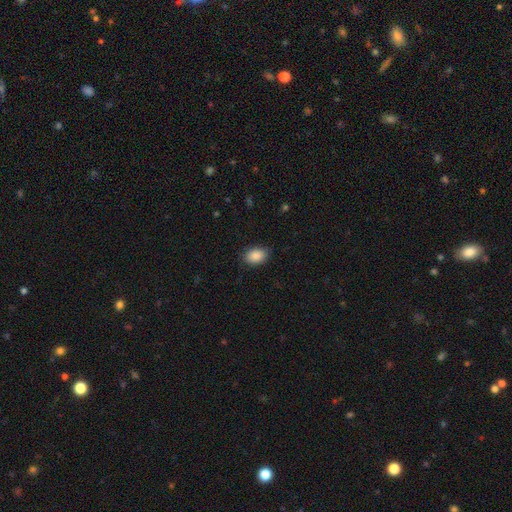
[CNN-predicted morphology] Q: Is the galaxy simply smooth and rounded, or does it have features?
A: smooth — 88%.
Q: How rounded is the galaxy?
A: in between — 84%.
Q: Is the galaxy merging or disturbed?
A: none — 85%.